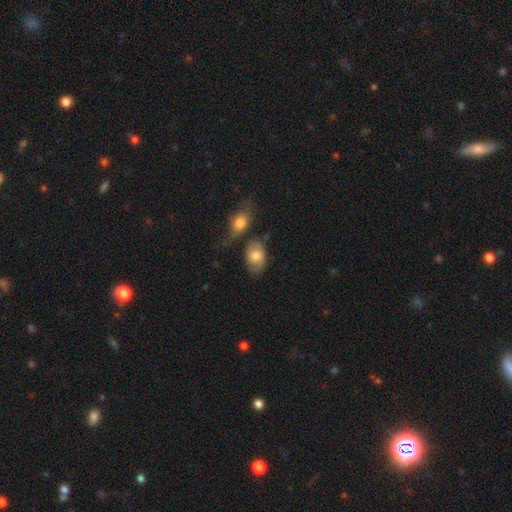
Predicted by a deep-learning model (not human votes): Smooth or featured?
  - smooth: 71% *
  - featured or disk: 22%
  - star or artifact: 7%
How rounded?
  - in between: 83% *
  - round: 16%
  - cigar-shaped: 1%
Merging?
  - none: 48% *
  - minor disturbance: 22%
  - merger: 19%
  - major disturbance: 11%